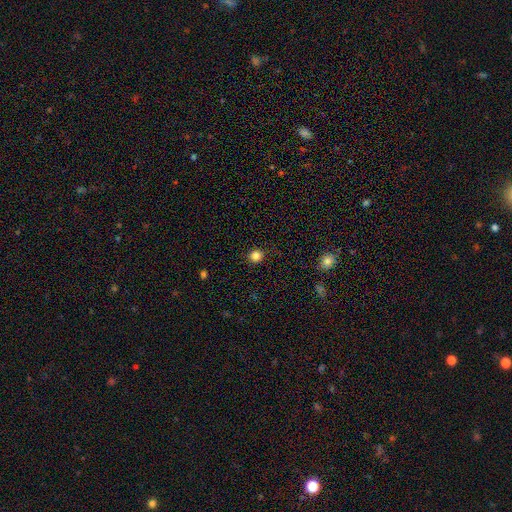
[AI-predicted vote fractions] Smooth or featured: smooth — 83% (star or artifact — 13%)
How rounded: round — 89% (in between — 10%)
Merging: none — 90% (minor disturbance — 7%)